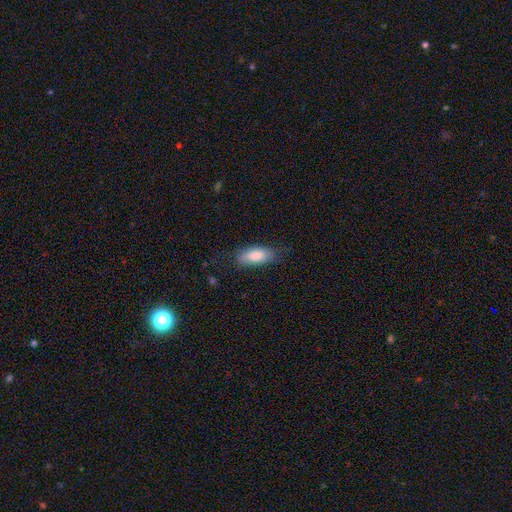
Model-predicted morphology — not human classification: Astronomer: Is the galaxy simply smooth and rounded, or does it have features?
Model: smooth — 83%.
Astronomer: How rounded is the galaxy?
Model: in between — 84%.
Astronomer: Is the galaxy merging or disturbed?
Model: none — 70%.